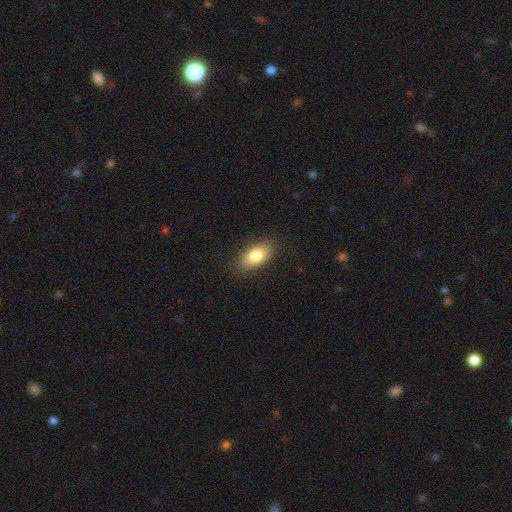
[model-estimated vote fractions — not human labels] Smooth or featured? smooth (81%)
How rounded? in between (87%)
Merging? none (86%)